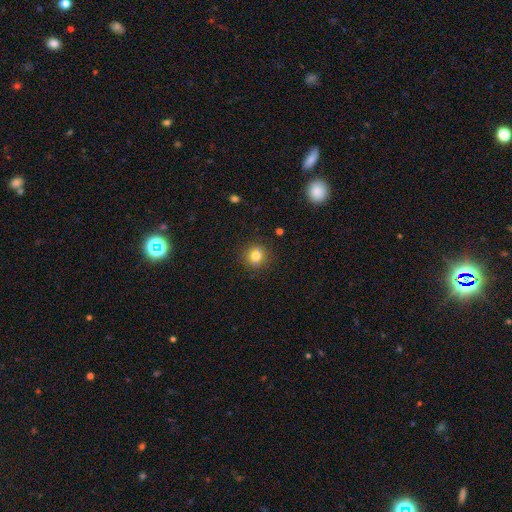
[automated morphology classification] This appears to be a smooth galaxy with no disk features (80%) that is round (87%). Merging: none (88%).